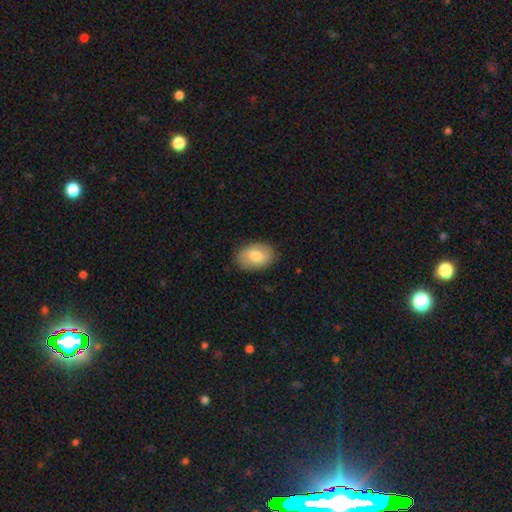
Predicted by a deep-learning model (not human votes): smooth 75%, featured or disk 18%, star or artifact 6%. Down the decision tree: how rounded — in between (86%); merging — none (84%).